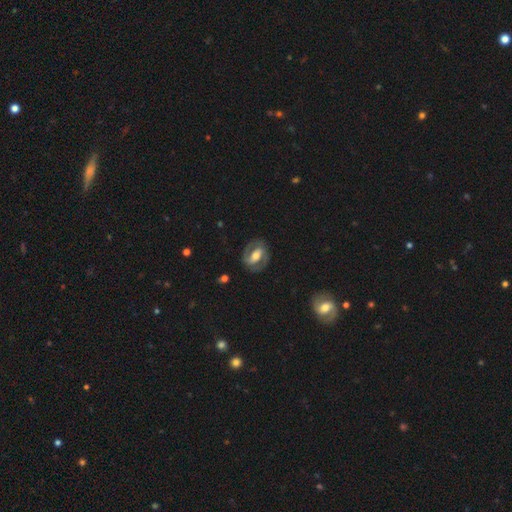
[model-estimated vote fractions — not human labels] featured or disk 74%, smooth 21%, star or artifact 5%. Down the decision tree: edge-on disk — no (96%); bar — strong (46%); spiral arms — yes (78%); spiral arm count — 2 (86%); spiral winding — medium (45%); bulge size — moderate (64%); merging — none (81%).